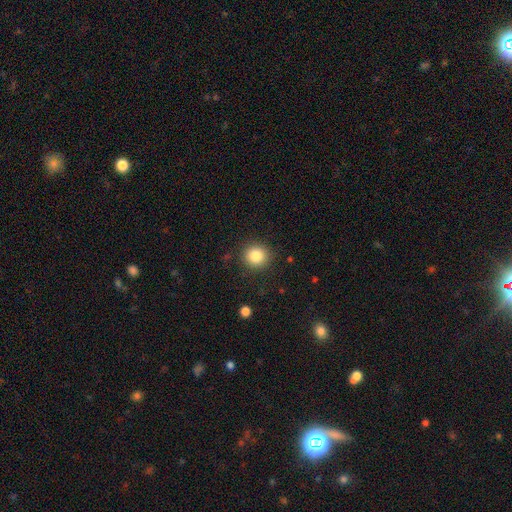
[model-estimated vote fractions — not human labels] Overall: smooth (84%). How rounded: round (89%). Merging: none (89%).